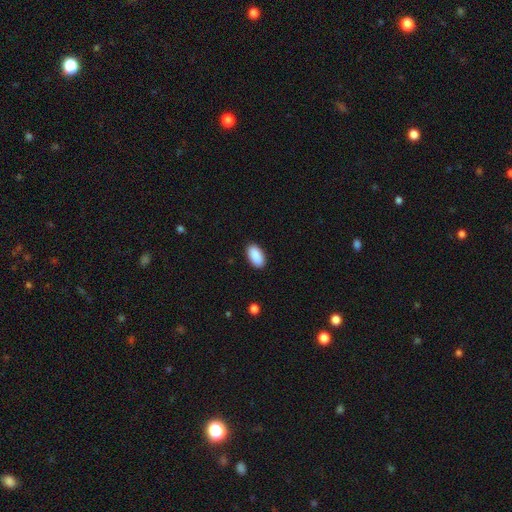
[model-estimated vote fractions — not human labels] smooth-or-featured: smooth: 91% | star or artifact: 6% | featured or disk: 3%
  how-rounded: in between: 94% | cigar-shaped: 3% | round: 3%
  merging: none: 89% | minor disturbance: 8% | major disturbance: 2% | merger: 1%